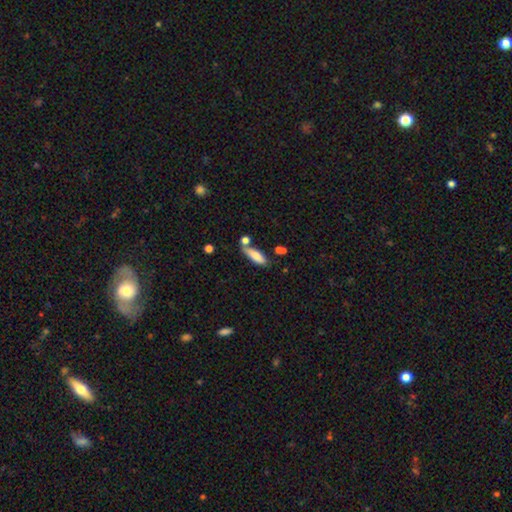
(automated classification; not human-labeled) Smooth or featured? smooth (78%)
How rounded? in between (53%)
Merging? none (62%)